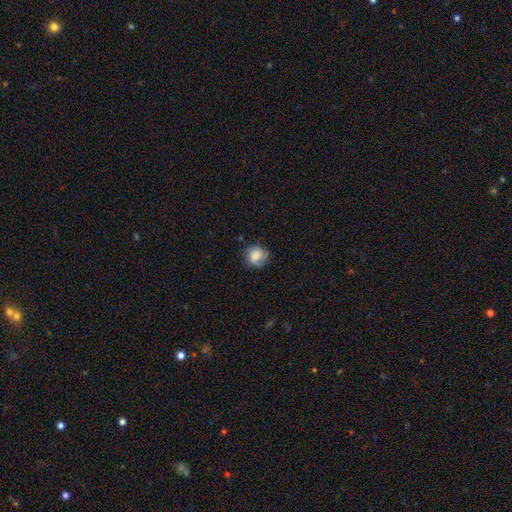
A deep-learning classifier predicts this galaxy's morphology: Smooth or featured: smooth — 75% (featured or disk — 17%)
How rounded: round — 84% (in between — 15%)
Merging: none — 71% (minor disturbance — 21%)